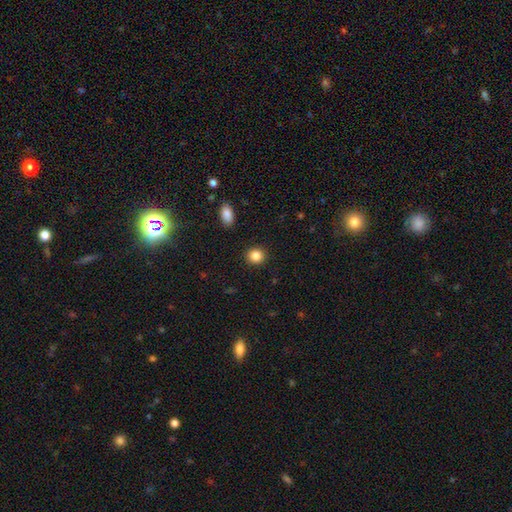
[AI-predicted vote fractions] A smooth galaxy with no disk features (86%) that is round (84%). Merging: none (91%).